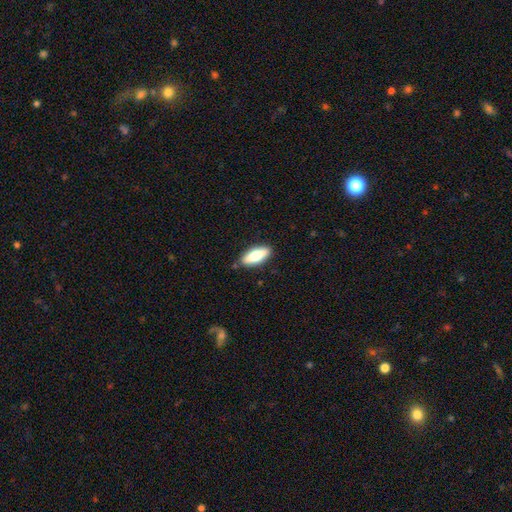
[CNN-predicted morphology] smooth_or_featured: smooth (p=0.68) [alt: featured or disk p=0.26]
how_rounded: in between (p=0.73) [alt: cigar-shaped p=0.24]
merging: none (p=0.86) [alt: minor disturbance p=0.10]